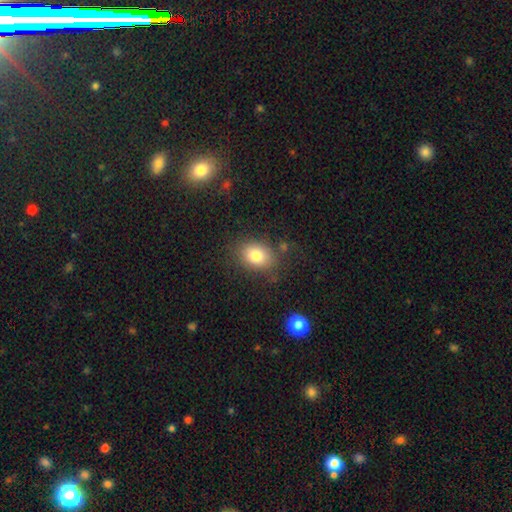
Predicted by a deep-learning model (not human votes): Q: Smooth or featured?
A: smooth (81%); runner-up: star or artifact (10%)
Q: How rounded?
A: in between (65%); runner-up: round (34%)
Q: Merging?
A: none (77%); runner-up: minor disturbance (14%)